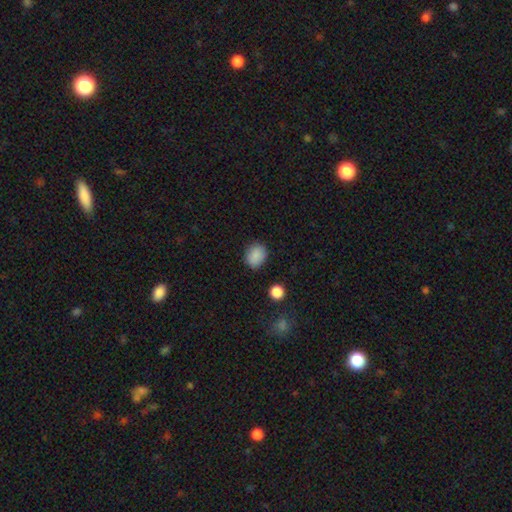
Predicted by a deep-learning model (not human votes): A smooth galaxy with no disk features (87%) that is round (57%). Merging: none (83%).